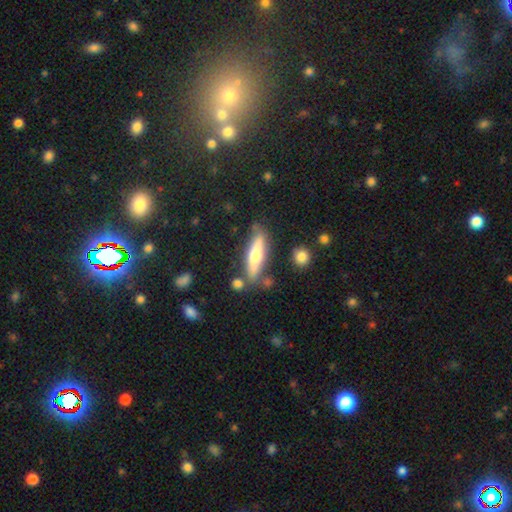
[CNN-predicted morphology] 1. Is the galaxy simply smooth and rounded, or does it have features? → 50% smooth, 44% featured or disk, 6% star or artifact.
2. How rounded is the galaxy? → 68% cigar-shaped, 30% in between, 2% round.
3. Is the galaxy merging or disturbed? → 72% none, 16% minor disturbance, 8% merger, 4% major disturbance.